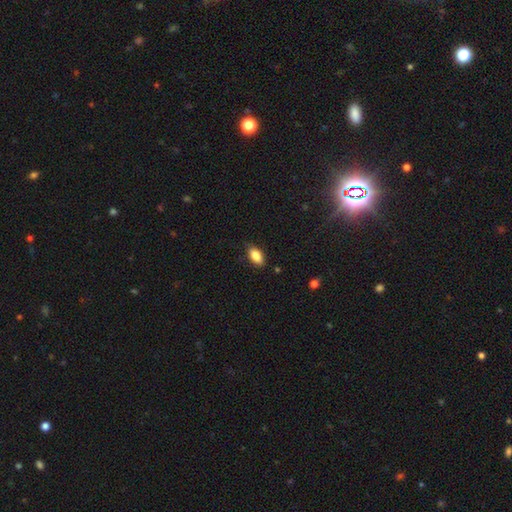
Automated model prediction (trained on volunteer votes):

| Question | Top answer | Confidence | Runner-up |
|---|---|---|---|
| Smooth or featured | smooth | 86% | star or artifact (7%) |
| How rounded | in between | 90% | cigar-shaped (7%) |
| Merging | none | 81% | minor disturbance (16%) |